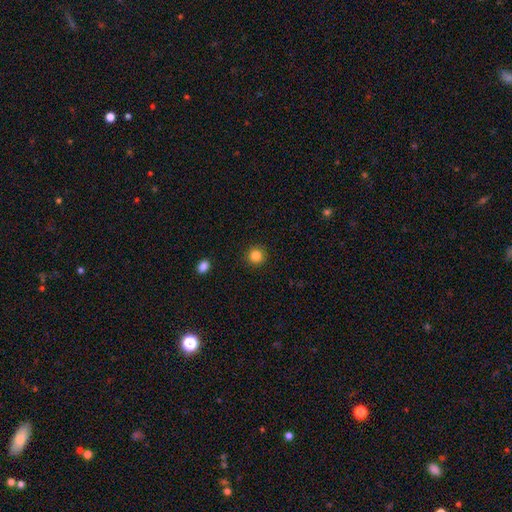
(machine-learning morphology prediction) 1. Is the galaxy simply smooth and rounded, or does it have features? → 85% smooth, 11% star or artifact, 4% featured or disk.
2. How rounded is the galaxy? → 93% round, 6% in between, 1% cigar-shaped.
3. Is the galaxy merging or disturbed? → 91% none, 5% minor disturbance, 2% major disturbance, 1% merger.